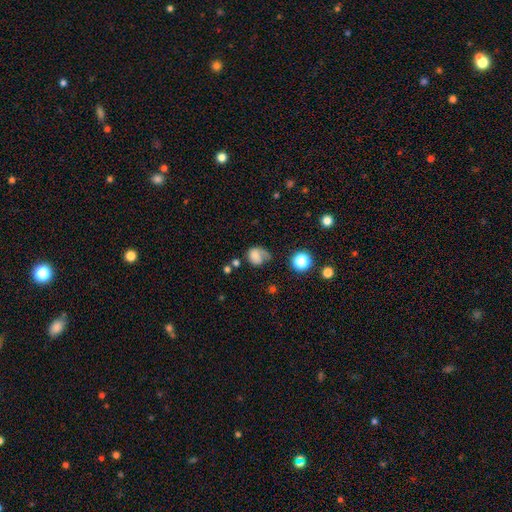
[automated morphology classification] smooth_or_featured: smooth (p=0.66) [alt: featured or disk p=0.23]
how_rounded: round (p=0.59) [alt: in between p=0.40]
merging: none (p=0.36) [alt: major disturbance p=0.31]